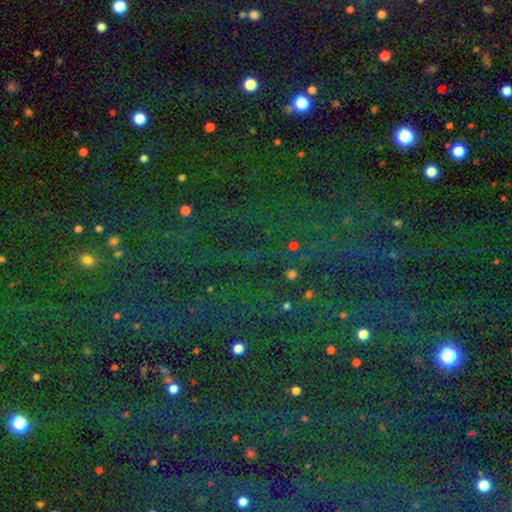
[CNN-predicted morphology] Smooth or featured?
  - star or artifact: 85% *
  - smooth: 9%
  - featured or disk: 6%